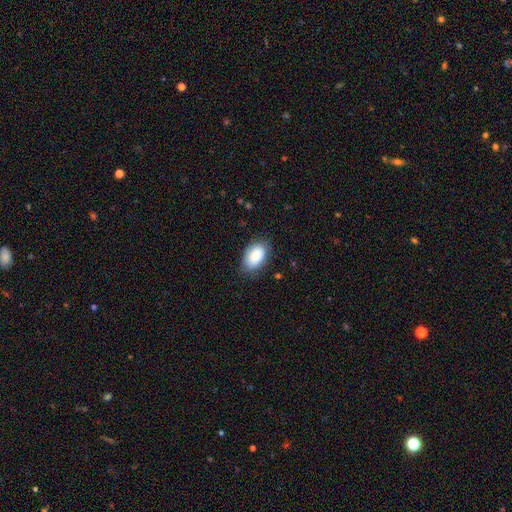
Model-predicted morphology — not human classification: smooth 87%, featured or disk 7%, star or artifact 6%. Down the decision tree: how rounded — in between (92%); merging — none (79%).